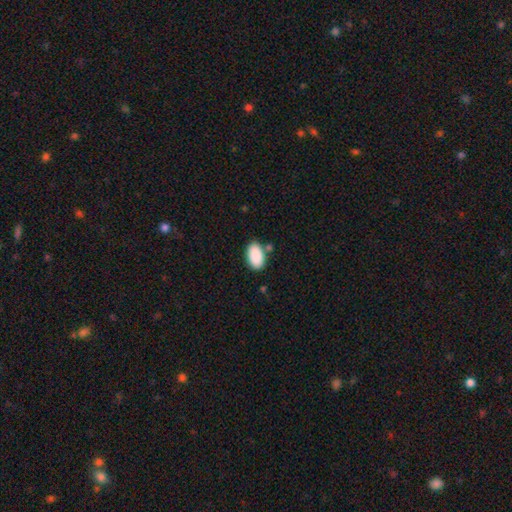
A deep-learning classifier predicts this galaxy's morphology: smooth_or_featured: smooth (p=0.90) [alt: star or artifact p=0.06]
how_rounded: in between (p=0.95) [alt: round p=0.03]
merging: none (p=0.78) [alt: minor disturbance p=0.12]